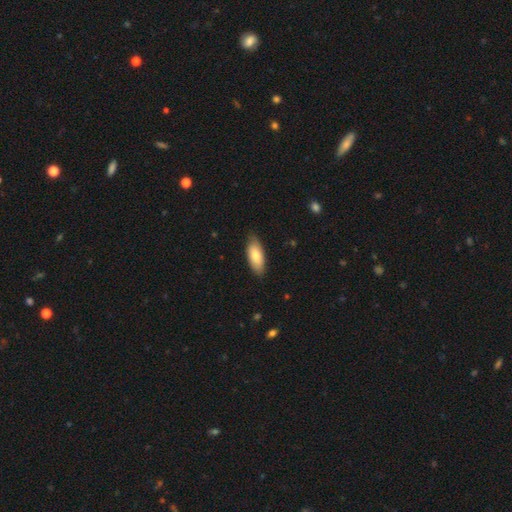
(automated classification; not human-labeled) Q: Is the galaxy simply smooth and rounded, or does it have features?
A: smooth — 78%.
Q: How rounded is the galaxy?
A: in between — 86%.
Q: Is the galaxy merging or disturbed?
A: none — 81%.